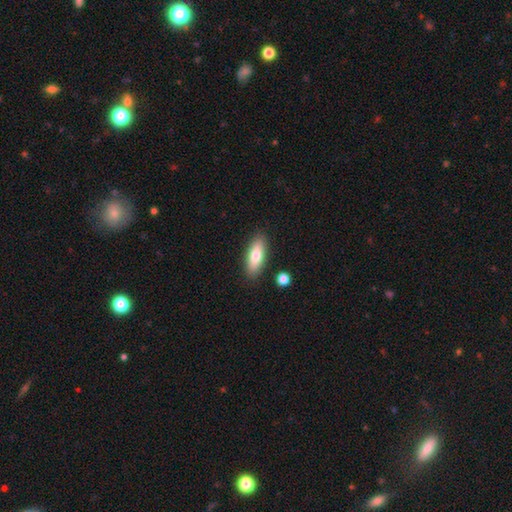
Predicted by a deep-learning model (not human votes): Smooth or featured: smooth — 75% (featured or disk — 19%)
How rounded: in between — 65% (cigar-shaped — 33%)
Merging: none — 87% (minor disturbance — 9%)